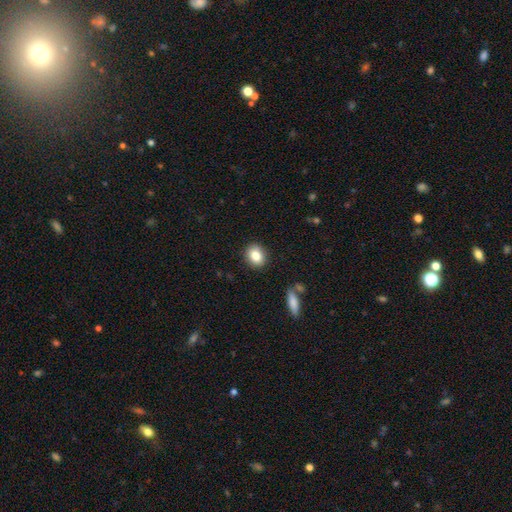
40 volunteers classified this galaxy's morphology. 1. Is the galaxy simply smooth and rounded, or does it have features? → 95% smooth, 2% featured or disk, 2% star or artifact.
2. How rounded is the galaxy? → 58% round, 39% in between, 3% cigar-shaped.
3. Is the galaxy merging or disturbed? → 90% none, 10% minor disturbance, 0% major disturbance, 0% merger.